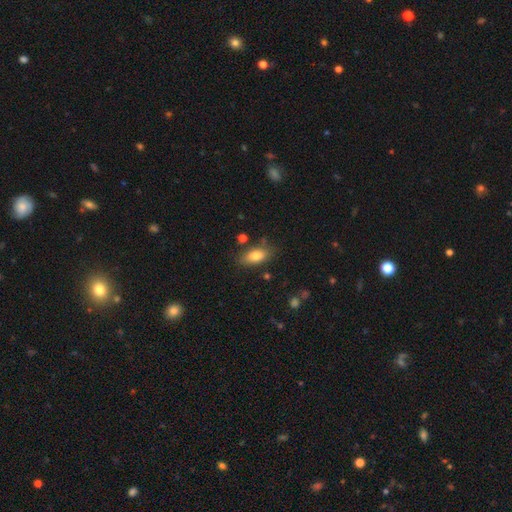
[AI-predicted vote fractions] smooth_or_featured: smooth (p=0.81) [alt: featured or disk p=0.12]
how_rounded: in between (p=0.85) [alt: cigar-shaped p=0.10]
merging: none (p=0.75) [alt: minor disturbance p=0.16]